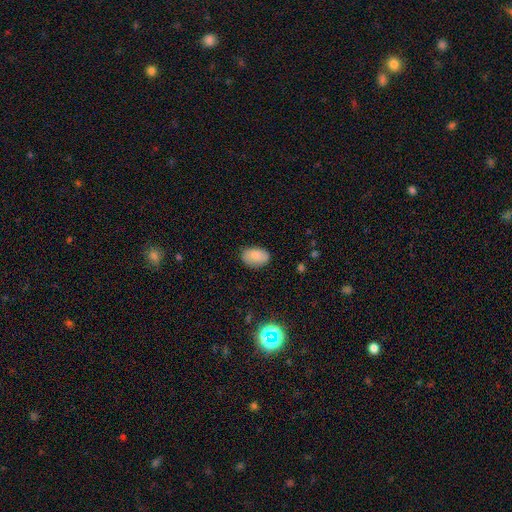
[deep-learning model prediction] Smooth or featured: smooth — 82% (featured or disk — 10%)
How rounded: in between — 89% (round — 10%)
Merging: none — 80% (minor disturbance — 16%)